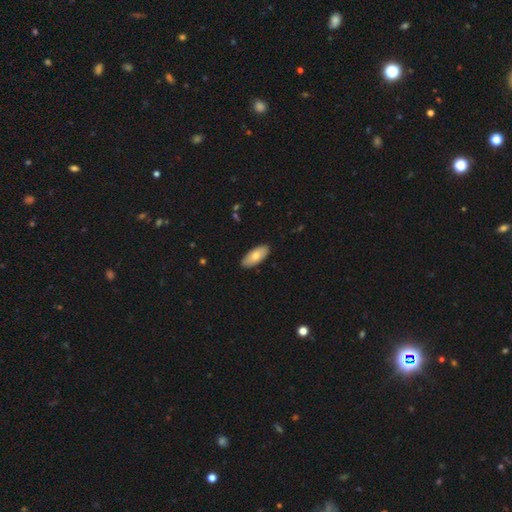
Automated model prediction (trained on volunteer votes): A smooth galaxy with no disk features (72%) that is in between round and cigar-shaped (89%).

Vote fractions:
- Smooth or featured? smooth: 72% / featured or disk: 22% / star or artifact: 5%
- How rounded? in between: 89% / cigar-shaped: 9% / round: 2%
- Merging? none: 89% / minor disturbance: 8% / major disturbance: 2% / merger: 1%